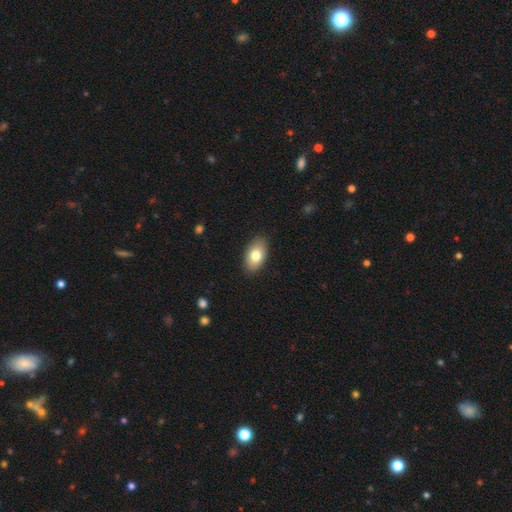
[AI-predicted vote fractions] A smooth galaxy with no disk features (78%) that is in between round and cigar-shaped (93%).

Vote fractions:
- Smooth or featured? smooth: 78% / featured or disk: 15% / star or artifact: 7%
- How rounded? in between: 93% / round: 5% / cigar-shaped: 2%
- Merging? none: 88% / minor disturbance: 9% / major disturbance: 2% / merger: 1%